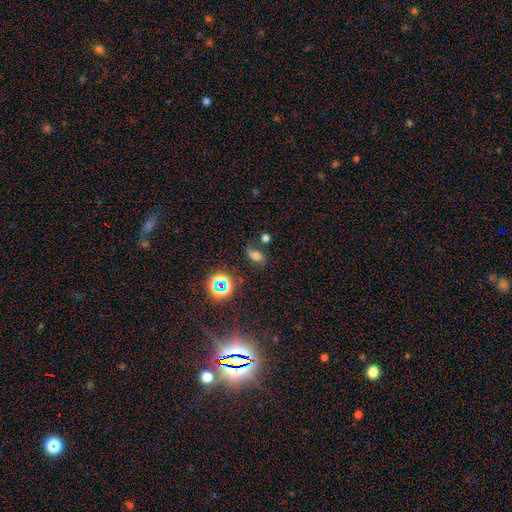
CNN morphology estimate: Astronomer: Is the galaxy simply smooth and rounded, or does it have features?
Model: smooth — 50% (runner-up: featured or disk, 26%).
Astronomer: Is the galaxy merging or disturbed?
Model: none — 58%.